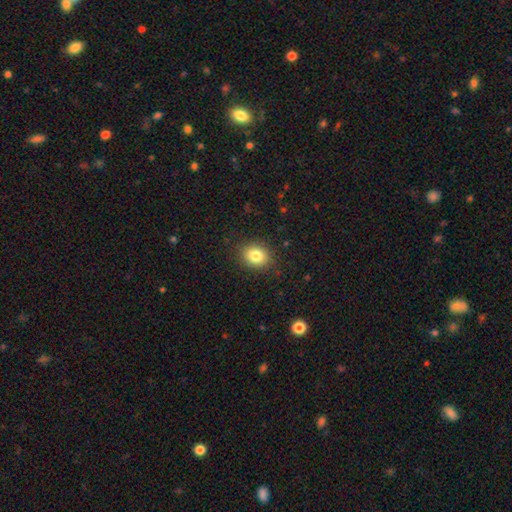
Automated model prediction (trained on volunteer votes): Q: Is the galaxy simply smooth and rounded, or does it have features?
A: smooth — 82%.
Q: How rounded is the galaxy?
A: round — 63%.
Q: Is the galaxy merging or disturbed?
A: none — 89%.